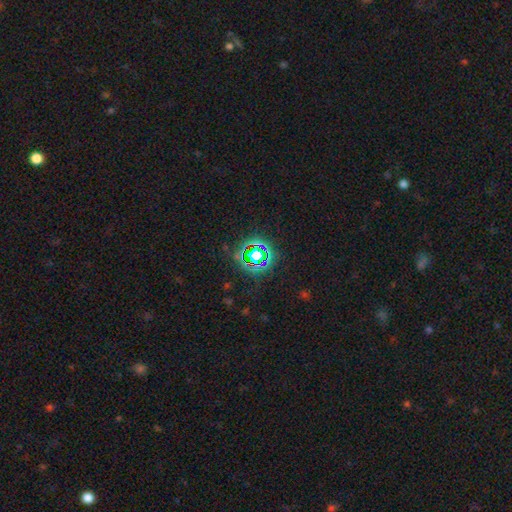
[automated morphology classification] This appears to be a star or artifact, not a galaxy (72%).